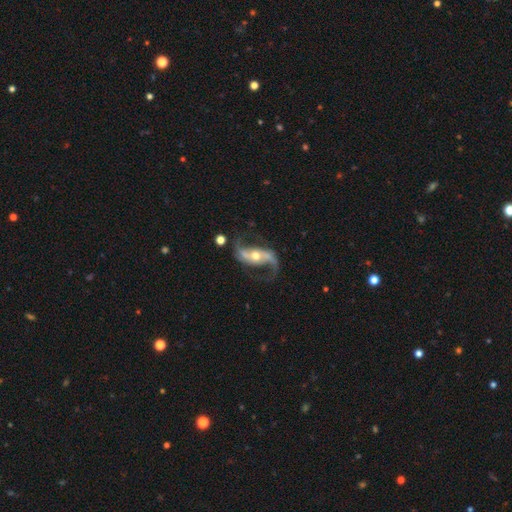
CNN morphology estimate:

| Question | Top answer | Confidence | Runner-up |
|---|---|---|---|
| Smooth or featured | featured or disk | 91% | star or artifact (5%) |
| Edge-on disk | no | 96% | yes (4%) |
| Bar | strong | 36% | no (33%) |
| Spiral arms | yes | 97% | no (3%) |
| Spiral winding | loose | 72% | medium (23%) |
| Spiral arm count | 2 | 93% | 1 (2%) |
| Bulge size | moderate | 65% | small (29%) |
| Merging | none | 73% | minor disturbance (14%) |